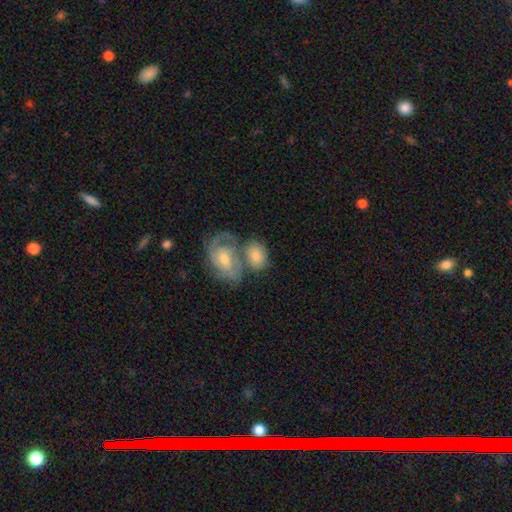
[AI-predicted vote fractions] Morphology: type=smooth (57%); roundness=in between (70%); merging=merger (47%).